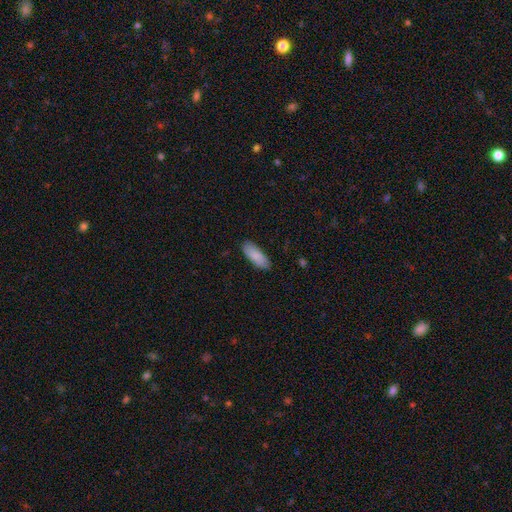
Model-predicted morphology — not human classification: smooth 86%, featured or disk 8%, star or artifact 5%. Down the decision tree: how rounded — in between (75%); merging — none (86%).